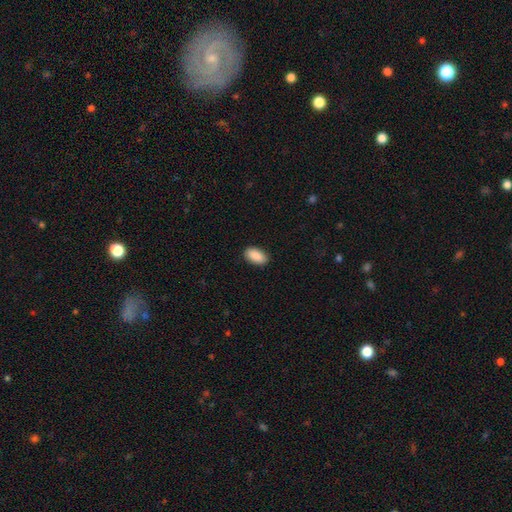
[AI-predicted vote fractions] This is clearly a smooth galaxy (90%). How rounded: clearly in between (94%). Merging: clearly none (90%).